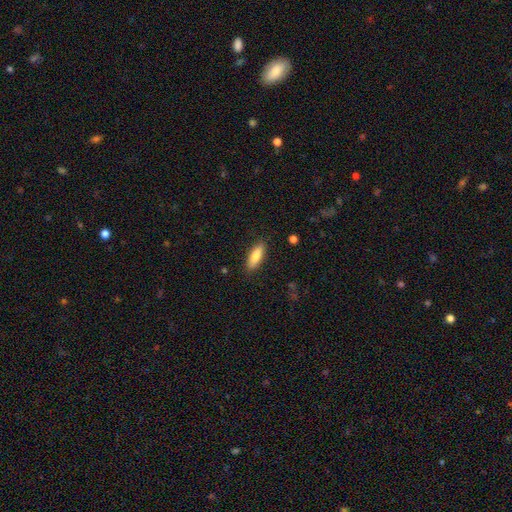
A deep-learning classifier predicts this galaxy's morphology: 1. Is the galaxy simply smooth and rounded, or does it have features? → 83% smooth, 11% featured or disk, 6% star or artifact.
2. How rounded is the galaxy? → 59% in between, 39% cigar-shaped, 2% round.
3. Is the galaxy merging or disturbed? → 87% none, 10% minor disturbance, 2% major disturbance, 1% merger.